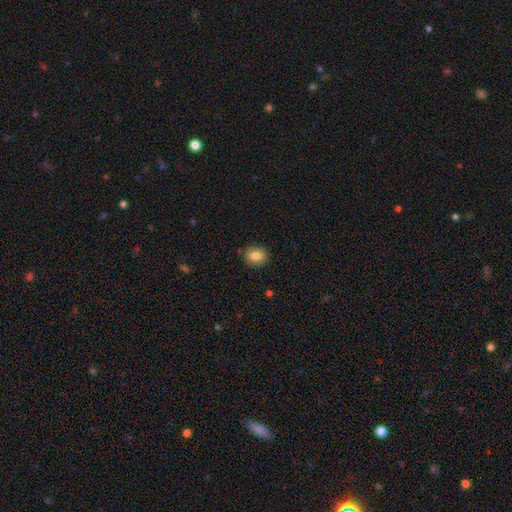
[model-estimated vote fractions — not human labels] Overall: smooth (82%). How rounded: round (60%; in between 39%). Merging: none (88%).